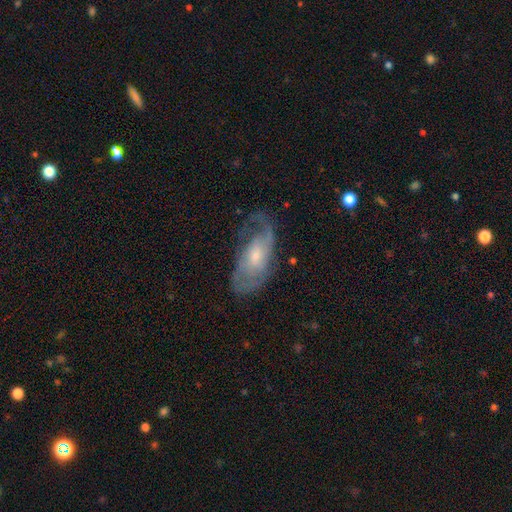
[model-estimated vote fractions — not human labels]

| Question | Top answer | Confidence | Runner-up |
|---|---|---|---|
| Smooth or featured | featured or disk | 74% | smooth (19%) |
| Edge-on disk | no | 93% | yes (7%) |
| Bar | no | 67% | weak (28%) |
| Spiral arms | yes | 85% | no (15%) |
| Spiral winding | medium | 41% | tight (39%) |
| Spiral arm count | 2 | 47% | can't tell (29%) |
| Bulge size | small | 51% | moderate (41%) |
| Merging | none | 60% | minor disturbance (22%) |